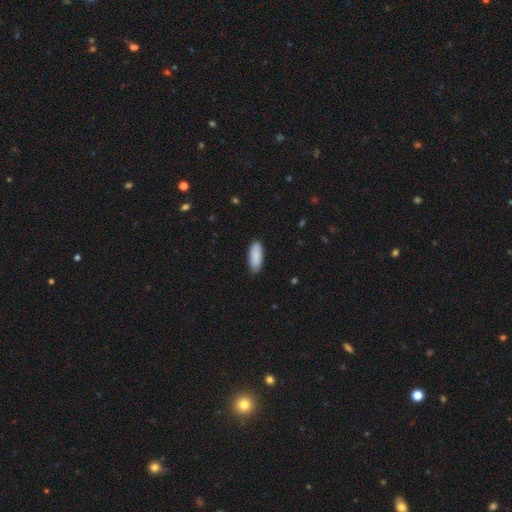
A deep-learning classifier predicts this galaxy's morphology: smooth 91%, star or artifact 5%, featured or disk 4%. Down the decision tree: how rounded — in between (79%); merging — none (86%).